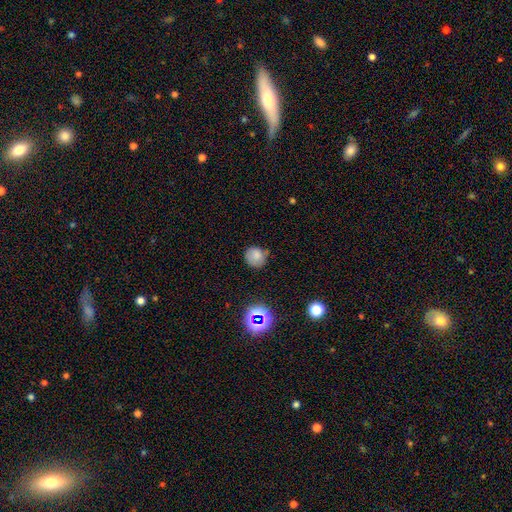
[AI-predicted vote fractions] Q: Smooth or featured?
A: smooth (77%); runner-up: star or artifact (14%)
Q: How rounded?
A: round (87%); runner-up: in between (12%)
Q: Merging?
A: none (71%); runner-up: minor disturbance (21%)